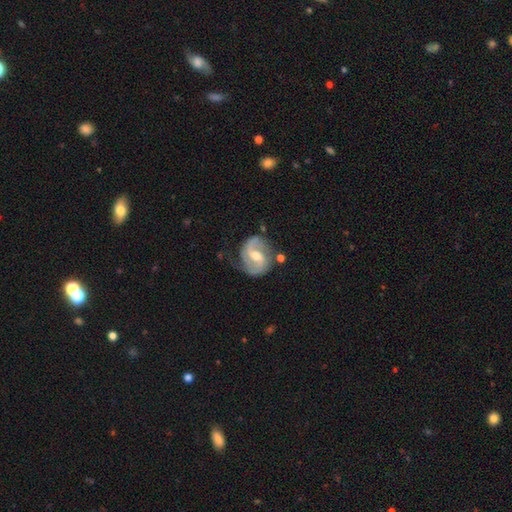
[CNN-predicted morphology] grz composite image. It shows a featured or disk galaxy (87%) with a weak bar (54%), 2 (88%) medium (52%) spiral arms (96%) and a moderate central bulge (67%). Merging: none (68%).